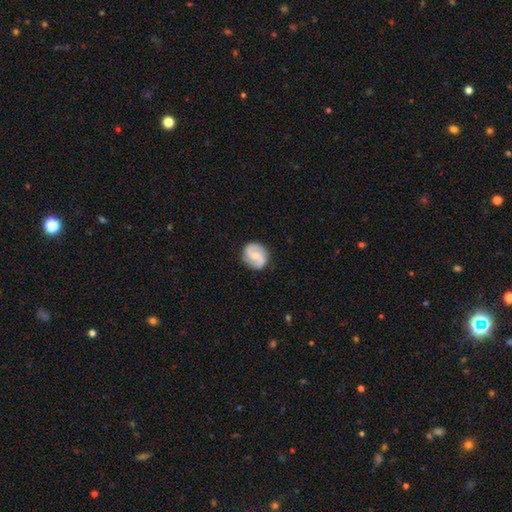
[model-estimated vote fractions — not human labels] Smooth or featured?
  - featured or disk: 70% *
  - smooth: 24%
  - star or artifact: 6%
Edge-on disk?
  - no: 98% *
  - yes: 2%
Bar?
  - weak: 47% *
  - no: 41%
  - strong: 12%
Spiral arms?
  - yes: 94% *
  - no: 6%
Spiral winding?
  - medium: 46% *
  - loose: 32%
  - tight: 22%
Spiral arm count?
  - 2: 90% *
  - can't tell: 4%
  - 3: 2%
  - 1: 2%
  - 4: 1%
  - more than 4: 1%
Bulge size?
  - small: 50% *
  - moderate: 41%
  - none: 7%
  - large: 2%
  - dominant: 1%
Merging?
  - none: 84% *
  - minor disturbance: 12%
  - major disturbance: 3%
  - merger: 1%